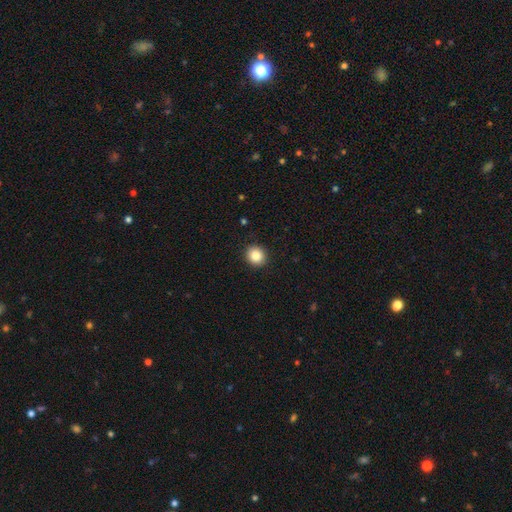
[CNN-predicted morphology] The model was most divided on "how rounded": round: 87%, in between: 12%, cigar-shaped: 1%. More confident: merging — none (92%); smooth or featured — smooth (85%).